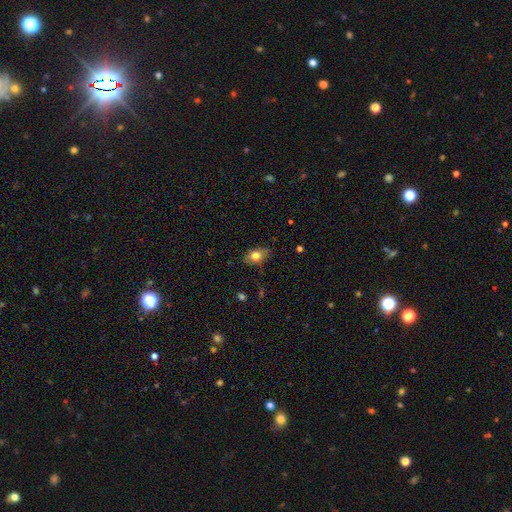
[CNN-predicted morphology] The model was most divided on "merging": none: 74%, minor disturbance: 21%, major disturbance: 4%, merger: 1%. More confident: how rounded — in between (77%); smooth or featured — smooth (75%).